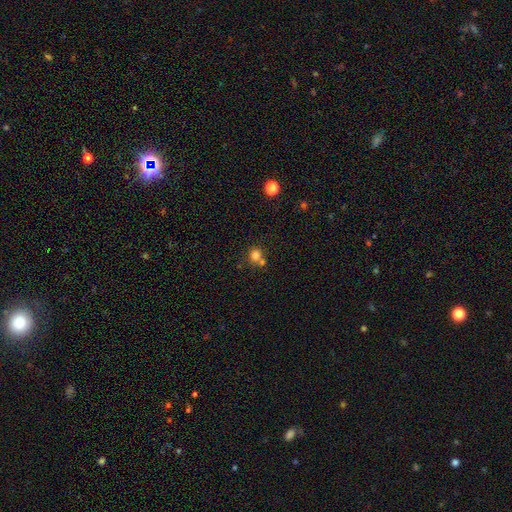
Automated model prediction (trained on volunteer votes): Q: Smooth or featured?
A: smooth (78%); runner-up: star or artifact (14%)
Q: How rounded?
A: round (81%); runner-up: in between (18%)
Q: Merging?
A: none (58%); runner-up: merger (28%)